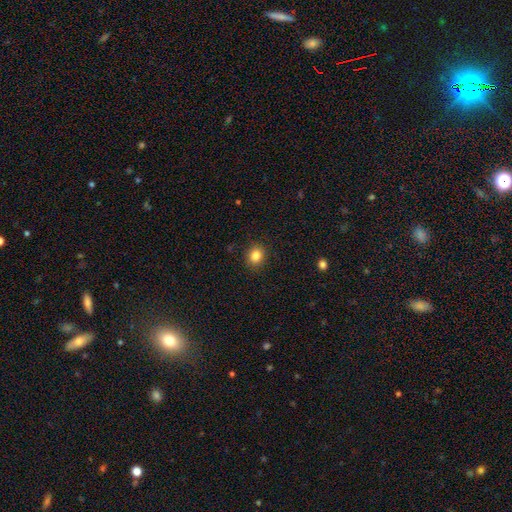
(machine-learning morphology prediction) smooth-or-featured: smooth: 85% | star or artifact: 11% | featured or disk: 5%
  how-rounded: round: 73% | in between: 26% | cigar-shaped: 1%
  merging: none: 90% | minor disturbance: 7% | major disturbance: 2% | merger: 1%